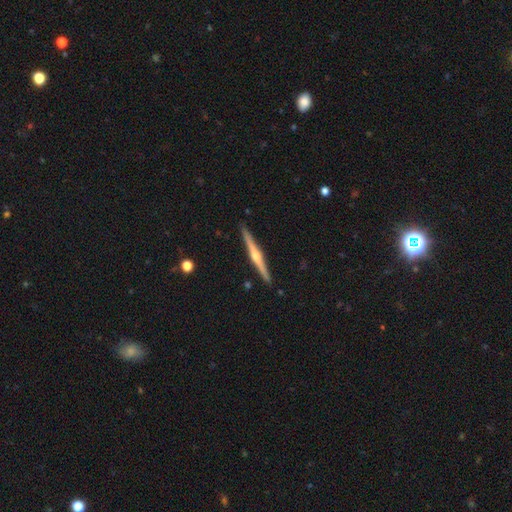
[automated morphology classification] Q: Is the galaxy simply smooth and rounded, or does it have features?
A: featured or disk — 78%.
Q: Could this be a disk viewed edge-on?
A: yes — 99%.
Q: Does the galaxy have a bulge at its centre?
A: rounded — 86%.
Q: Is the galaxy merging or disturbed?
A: none — 92%.